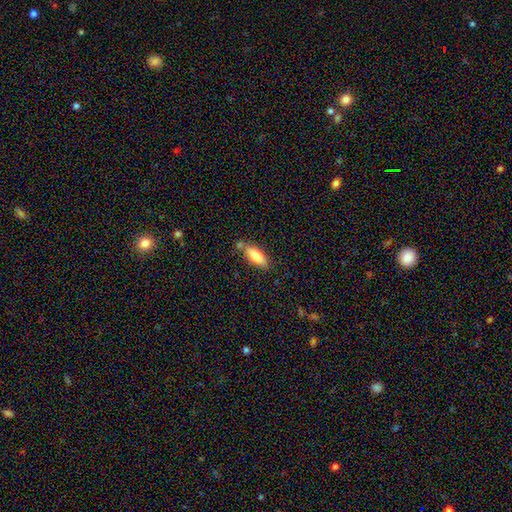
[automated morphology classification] Smooth or featured? smooth (78%)
How rounded? in between (68%)
Merging? none (66%)